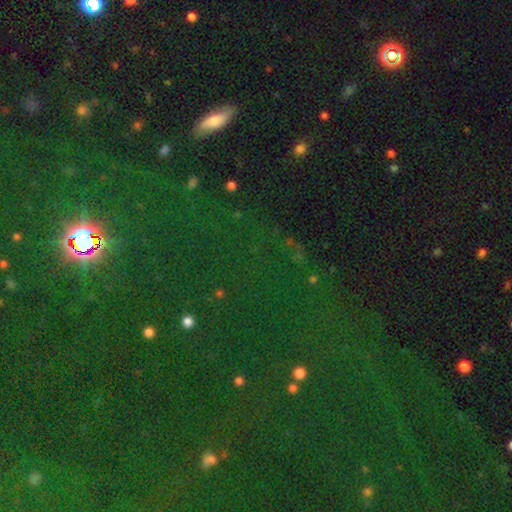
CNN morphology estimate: A star or artifact, not a galaxy (67%).